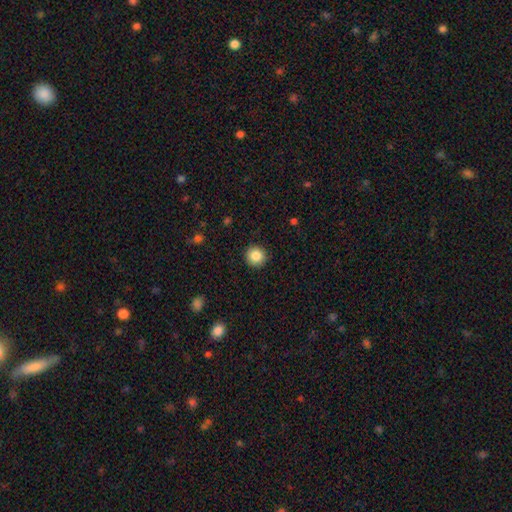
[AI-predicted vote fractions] Smooth or featured: smooth — 85% (star or artifact — 10%)
How rounded: round — 94% (in between — 5%)
Merging: none — 92% (minor disturbance — 5%)